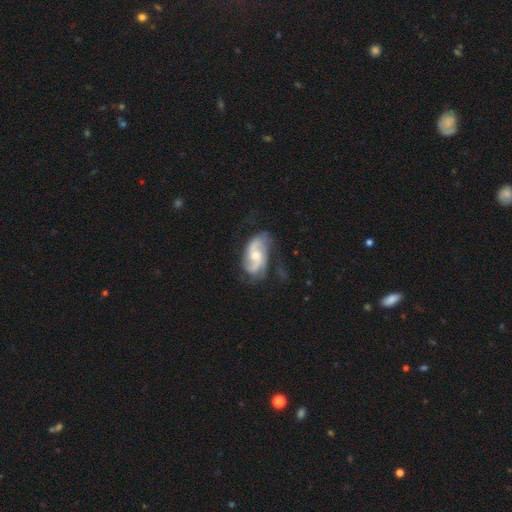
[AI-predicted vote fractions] Smooth or featured?
  - featured or disk: 81% *
  - smooth: 14%
  - star or artifact: 5%
Edge-on disk?
  - no: 97% *
  - yes: 3%
Bar?
  - no: 49% *
  - weak: 42%
  - strong: 9%
Spiral arms?
  - yes: 95% *
  - no: 5%
Spiral winding?
  - medium: 45% *
  - loose: 38%
  - tight: 17%
Spiral arm count?
  - 2: 76% *
  - 3: 10%
  - can't tell: 8%
  - 1: 3%
  - 4: 2%
  - more than 4: 2%
Bulge size?
  - moderate: 55% *
  - small: 34%
  - large: 6%
  - none: 4%
  - dominant: 1%
Merging?
  - none: 64% *
  - minor disturbance: 23%
  - major disturbance: 11%
  - merger: 2%